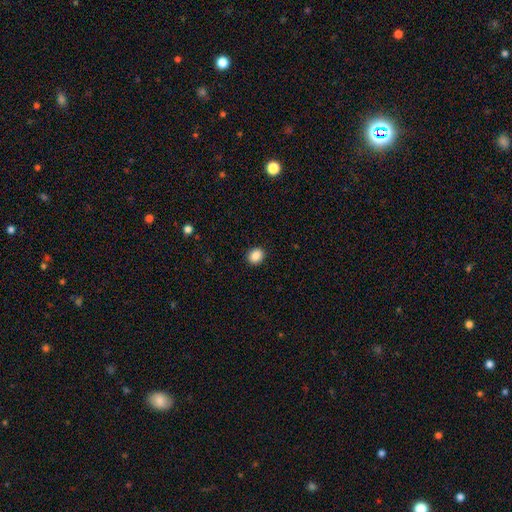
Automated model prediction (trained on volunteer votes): A smooth galaxy with no disk features (88%) that is round (66%). Merging: none (91%).